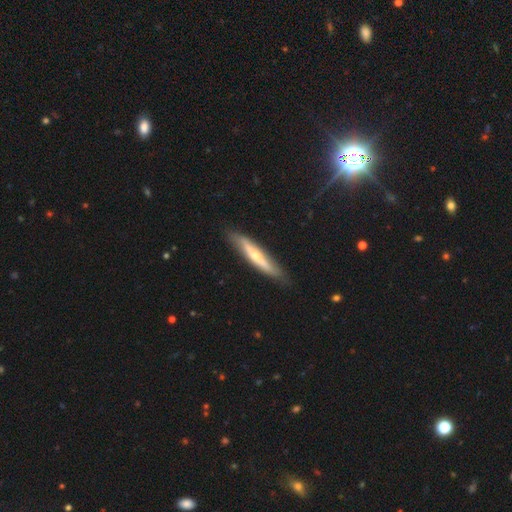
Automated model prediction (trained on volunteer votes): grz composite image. It shows a featured or disk galaxy (56%) viewed edge-on (80%). Merging: none (83%).